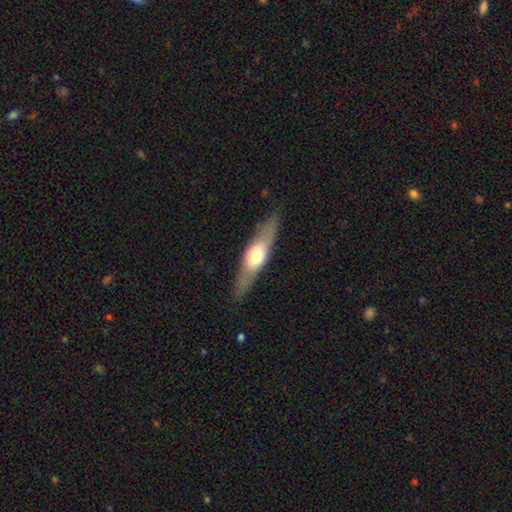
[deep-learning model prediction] Q: Smooth or featured?
A: featured or disk (52%); runner-up: smooth (42%)
Q: Edge-on disk?
A: yes (84%); runner-up: no (16%)
Q: Merging?
A: none (84%); runner-up: minor disturbance (12%)